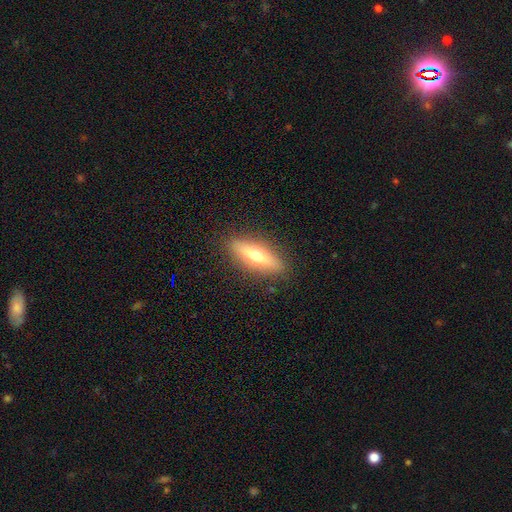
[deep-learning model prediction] smooth-or-featured: smooth: 49% | featured or disk: 44% | star or artifact: 7%
  merging: none: 88% | minor disturbance: 8% | major disturbance: 2% | merger: 1%